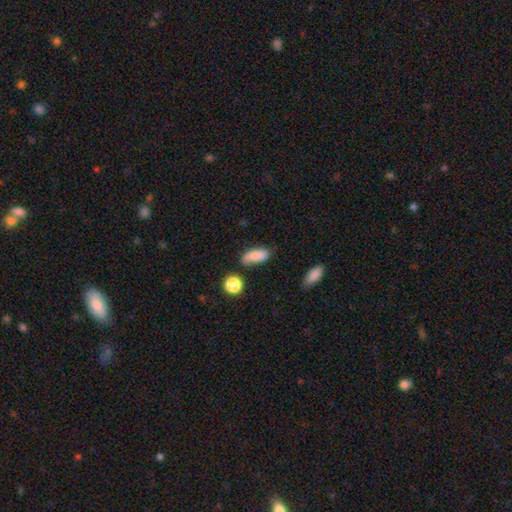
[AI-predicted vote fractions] Overall: smooth (72%). How rounded: in between (82%). Merging: none (65%).